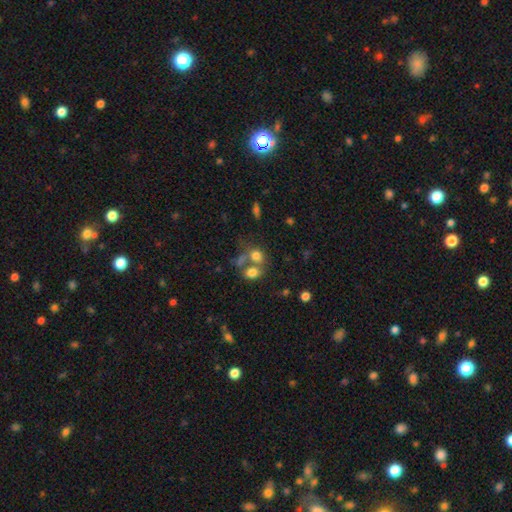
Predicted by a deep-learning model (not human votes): Smooth or featured? smooth (73%)
How rounded? round (51%)
Merging? merger (47%)